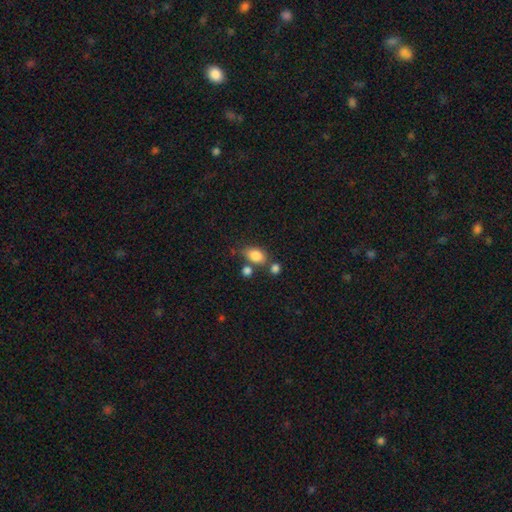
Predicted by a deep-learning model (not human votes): Smooth or featured? smooth (83%)
How rounded? in between (83%)
Merging? none (59%)